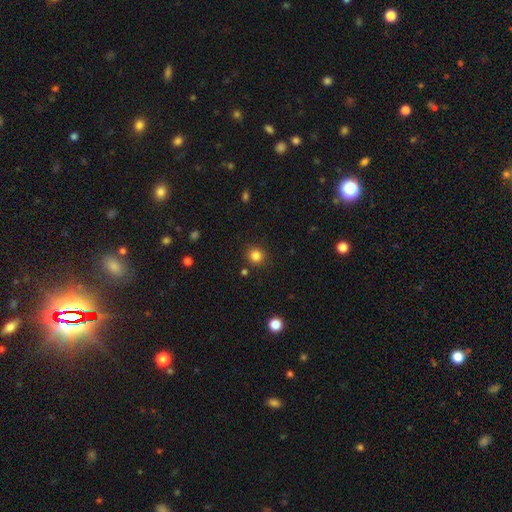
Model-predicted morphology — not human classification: Q: Smooth or featured?
A: smooth (83%); runner-up: star or artifact (13%)
Q: How rounded?
A: round (92%); runner-up: in between (7%)
Q: Merging?
A: none (89%); runner-up: minor disturbance (7%)